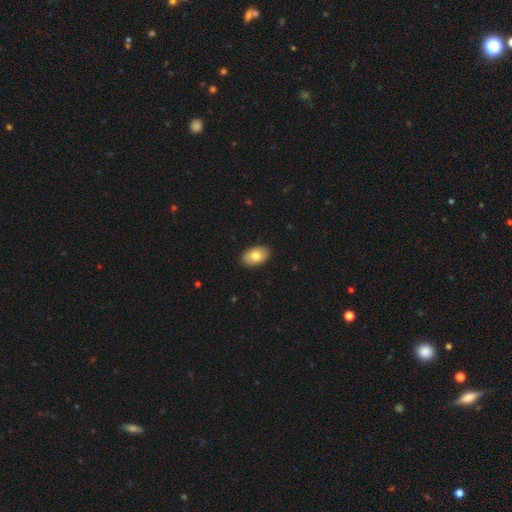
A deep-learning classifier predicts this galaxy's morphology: This is likely a smooth galaxy (76%). How rounded: clearly in between (90%). Merging: clearly none (89%).